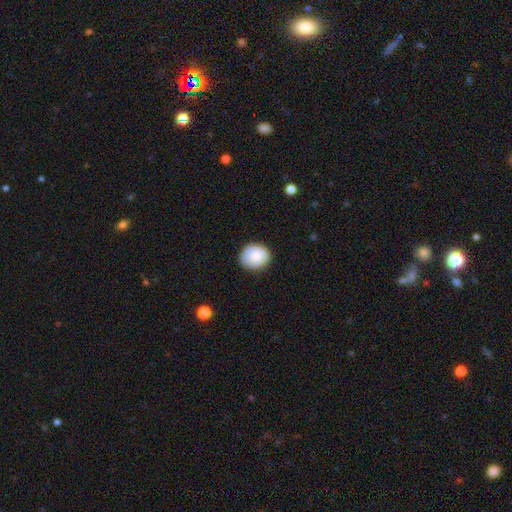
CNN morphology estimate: Smooth or featured? smooth (86%)
How rounded? round (71%)
Merging? none (85%)